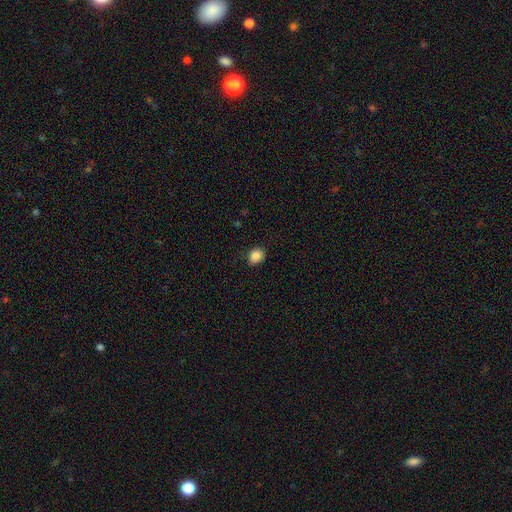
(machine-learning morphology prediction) Smooth or featured? smooth (86%)
How rounded? round (50%)
Merging? none (81%)